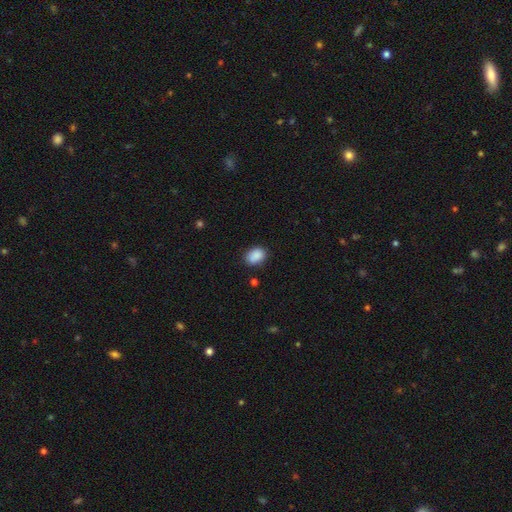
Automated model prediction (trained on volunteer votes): This appears to be a smooth galaxy with no disk features (89%) that is in between round and cigar-shaped (74%). Merging: none (80%).